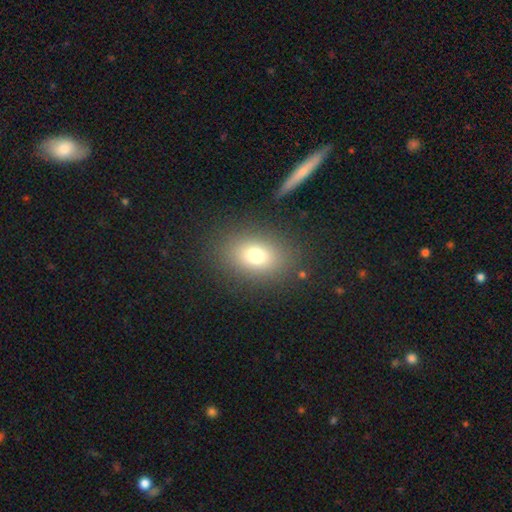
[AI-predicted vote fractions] Overall: smooth (75%). How rounded: in between (71%). Merging: none (84%).